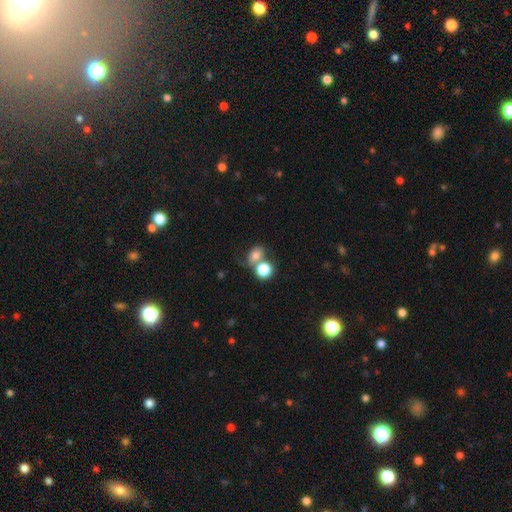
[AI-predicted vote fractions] This appears to be a smooth galaxy with no disk features (74%) that is in between round and cigar-shaped (52%). Merging: merger (43%).